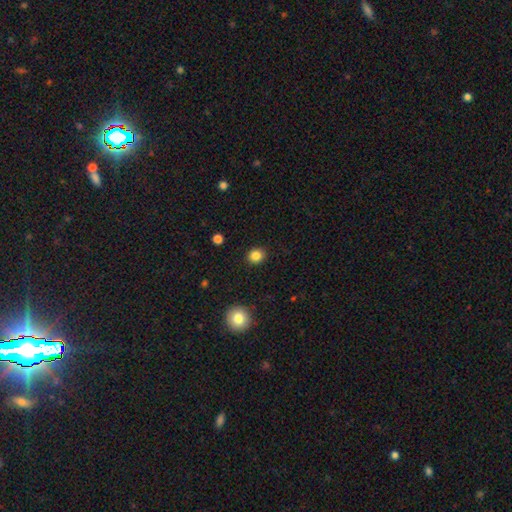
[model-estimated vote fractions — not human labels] Smooth or featured: smooth — 85% (star or artifact — 11%)
How rounded: round — 81% (in between — 18%)
Merging: none — 90% (minor disturbance — 7%)